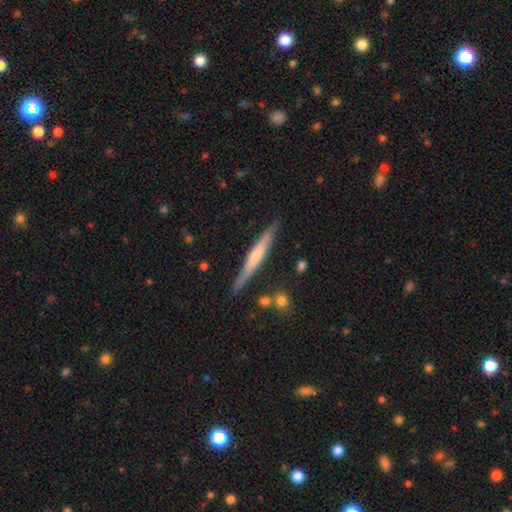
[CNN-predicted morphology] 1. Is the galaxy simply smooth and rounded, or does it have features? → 53% featured or disk, 42% smooth, 6% star or artifact.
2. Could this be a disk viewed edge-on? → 95% yes, 5% no.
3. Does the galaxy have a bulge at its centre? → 49% none, 33% rounded, 18% boxy.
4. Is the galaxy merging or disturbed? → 85% none, 11% minor disturbance, 2% merger, 2% major disturbance.